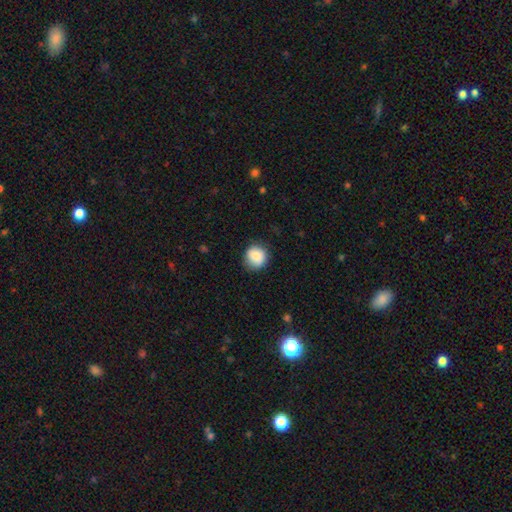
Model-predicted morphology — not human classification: This is clearly a smooth galaxy (85%). How rounded: clearly round (89%). Merging: clearly none (82%).